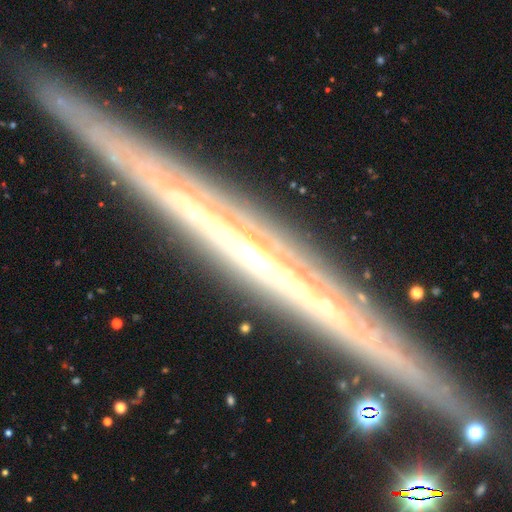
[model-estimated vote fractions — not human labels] A featured or disk galaxy (78%) viewed edge-on (96%) with no central bulge (79%). Merging: none (88%).